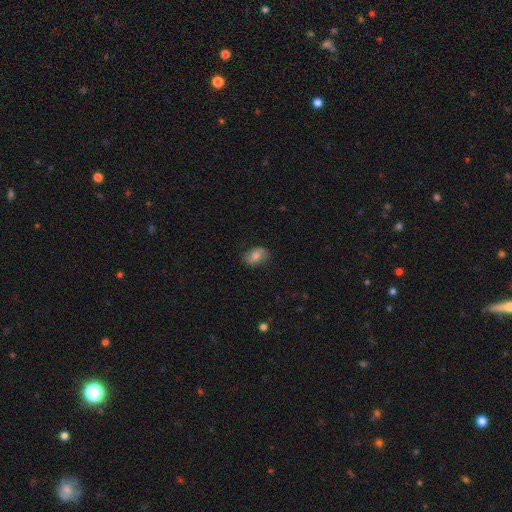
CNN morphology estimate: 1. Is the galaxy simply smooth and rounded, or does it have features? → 60% smooth, 31% featured or disk, 9% star or artifact.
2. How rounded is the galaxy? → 80% in between, 18% round, 2% cigar-shaped.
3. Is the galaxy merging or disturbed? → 77% none, 17% minor disturbance, 5% major disturbance, 1% merger.